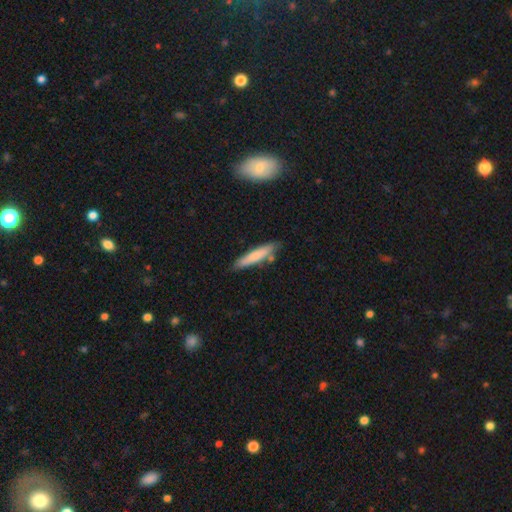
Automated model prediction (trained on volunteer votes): Smooth or featured? smooth (72%)
How rounded? cigar-shaped (88%)
Merging? none (78%)